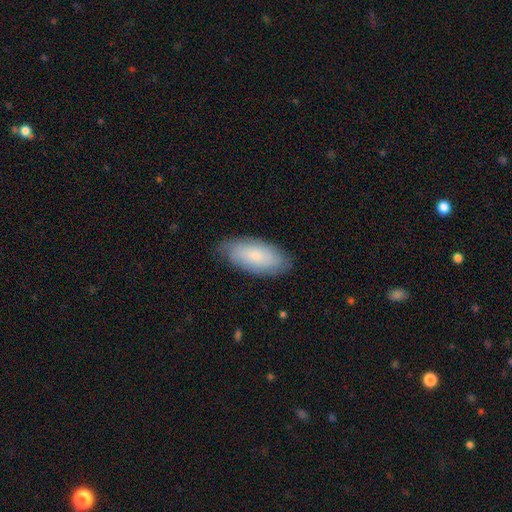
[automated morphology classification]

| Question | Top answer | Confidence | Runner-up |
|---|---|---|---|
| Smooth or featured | smooth | 62% | featured or disk (31%) |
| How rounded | in between | 90% | cigar-shaped (8%) |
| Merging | none | 78% | minor disturbance (17%) |